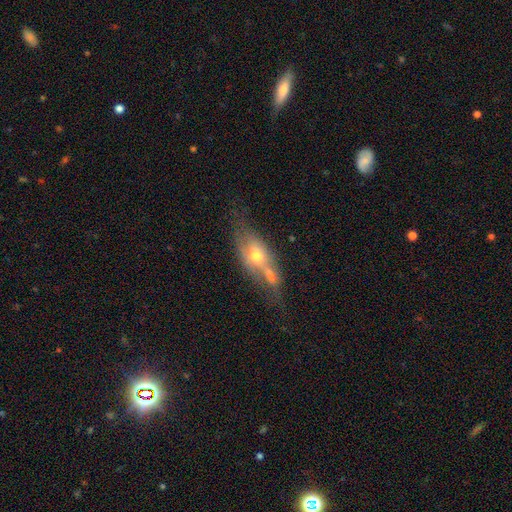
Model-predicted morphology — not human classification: smooth-or-featured: smooth: 47% | featured or disk: 44% | star or artifact: 9%
  merging: none: 34% | merger: 26% | minor disturbance: 22% | major disturbance: 18%